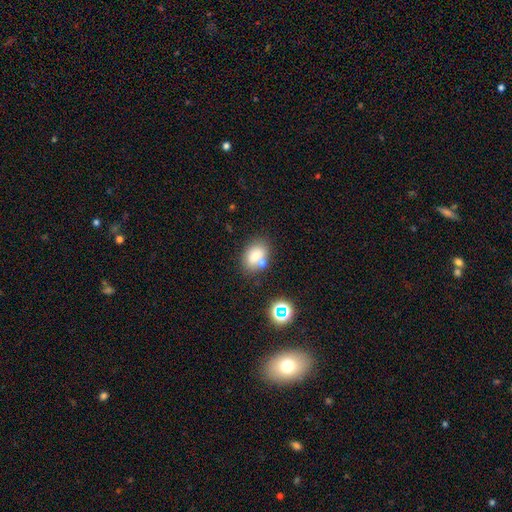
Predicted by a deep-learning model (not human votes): Smooth or featured?
  - smooth: 73% *
  - featured or disk: 15%
  - star or artifact: 12%
How rounded?
  - in between: 75% *
  - round: 23%
  - cigar-shaped: 2%
Merging?
  - none: 59% *
  - merger: 21%
  - minor disturbance: 15%
  - major disturbance: 5%